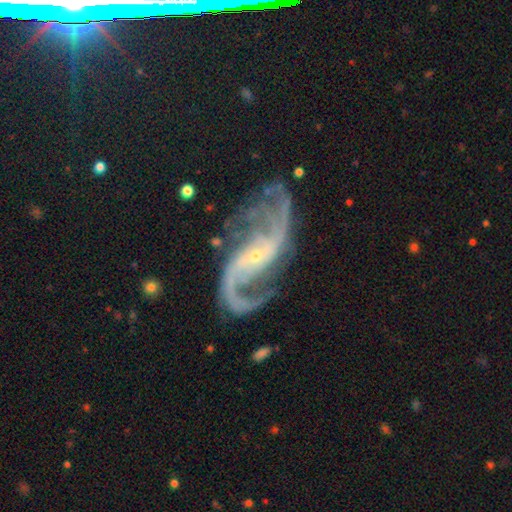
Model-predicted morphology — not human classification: A featured or disk galaxy (91%) with no bar (48%), 2 (82%) loose (51%) spiral arms (98%) and a small central bulge (83%).

Vote fractions:
- Smooth or featured? featured or disk: 91% / star or artifact: 6% / smooth: 3%
- Edge-on disk? no: 97% / yes: 3%
- Bar? no: 48% / weak: 31% / strong: 20%
- Spiral arms? yes: 98% / no: 2%
- Spiral winding? loose: 51% / medium: 37% / tight: 12%
- Spiral arm count? 2: 82% / 3: 5% / can't tell: 4% / 1: 3% / 4: 3% / more than 4: 3%
- Bulge size? small: 83% / moderate: 12% / none: 2% / large: 1% / dominant: 1%
- Merging? none: 64% / minor disturbance: 17% / major disturbance: 15% / merger: 3%